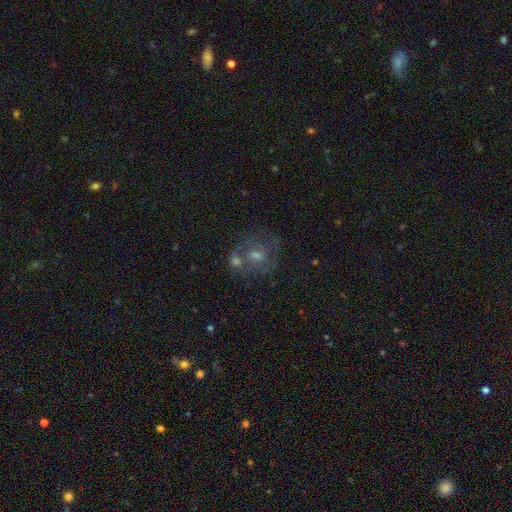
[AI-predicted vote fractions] featured or disk 55%, smooth 29%, star or artifact 15%. Down the decision tree: edge-on disk — no (97%); bar — no (57%); spiral arms — yes (61%); bulge size — moderate (54%); merging — none (43%).